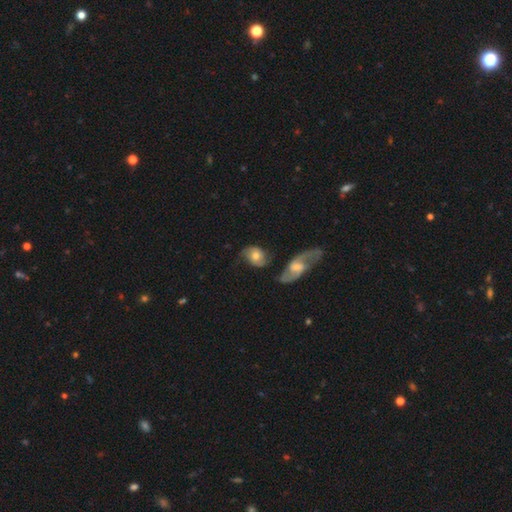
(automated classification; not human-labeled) The model was most divided on "smooth or featured": featured or disk: 50%, smooth: 43%, star or artifact: 7%. More confident: merging — none (51%).